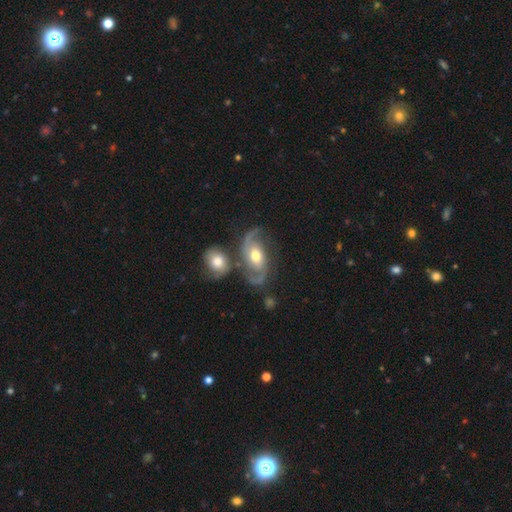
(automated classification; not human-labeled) A featured or disk galaxy (85%) with no bar (60%), 2 (90%) medium (49%) spiral arms (95%) and a moderate central bulge (75%). Merging: none (55%).